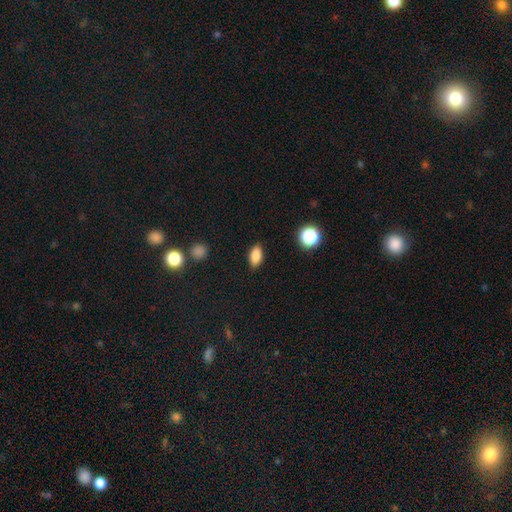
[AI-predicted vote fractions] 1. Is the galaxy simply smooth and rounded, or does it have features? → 85% smooth, 9% star or artifact, 6% featured or disk.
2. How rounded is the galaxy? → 89% in between, 7% round, 5% cigar-shaped.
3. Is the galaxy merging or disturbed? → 87% none, 9% minor disturbance, 2% major disturbance, 1% merger.